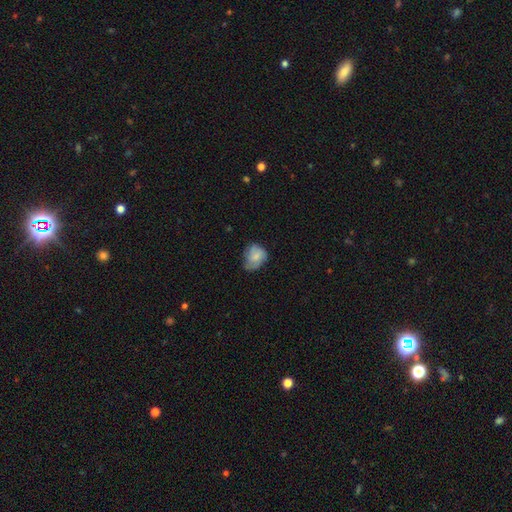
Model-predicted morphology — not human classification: Overall: smooth (64%; featured or disk 28%). How rounded: round (51%; in between 48%). Merging: none (49%; minor disturbance 36%).